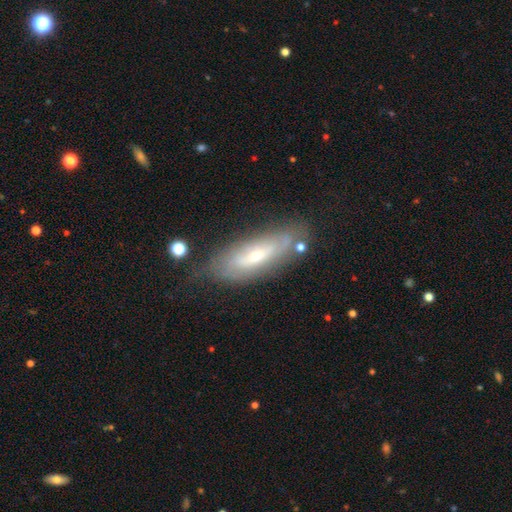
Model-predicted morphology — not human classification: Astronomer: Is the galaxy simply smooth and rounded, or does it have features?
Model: featured or disk — 60%.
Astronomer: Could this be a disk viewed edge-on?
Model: no — 67%.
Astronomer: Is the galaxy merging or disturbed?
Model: none — 66%.